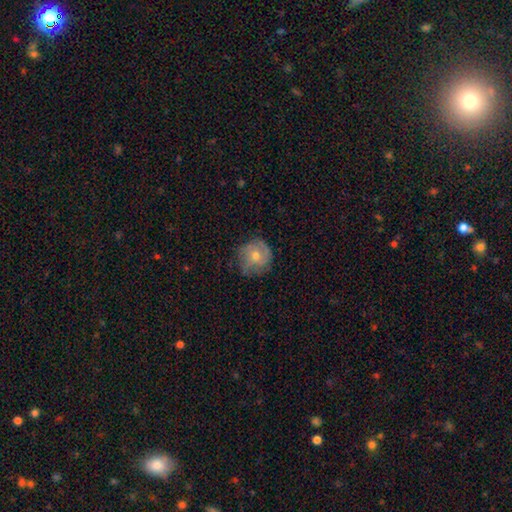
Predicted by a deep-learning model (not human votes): Q: Smooth or featured?
A: smooth (47%); runner-up: featured or disk (44%)
Q: Merging?
A: none (69%); runner-up: minor disturbance (23%)